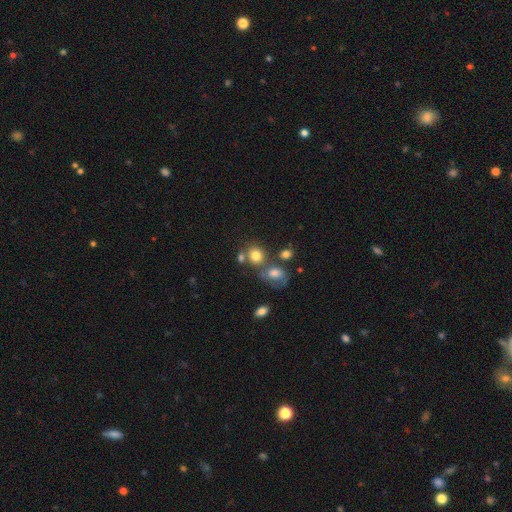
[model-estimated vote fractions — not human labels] Overall: smooth (77%). How rounded: round (69%; in between 30%). Merging: none (54%; merger 28%).